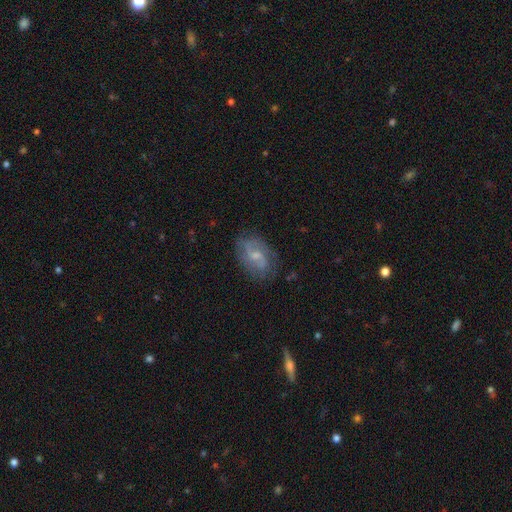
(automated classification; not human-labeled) Q: Smooth or featured?
A: featured or disk (69%); runner-up: smooth (24%)
Q: Edge-on disk?
A: no (97%); runner-up: yes (3%)
Q: Bar?
A: weak (49%); runner-up: no (42%)
Q: Spiral arms?
A: yes (87%); runner-up: no (13%)
Q: Spiral winding?
A: medium (45%); runner-up: loose (31%)
Q: Spiral arm count?
A: 2 (72%); runner-up: can't tell (16%)
Q: Bulge size?
A: small (50%); runner-up: moderate (38%)
Q: Merging?
A: none (71%); runner-up: minor disturbance (20%)